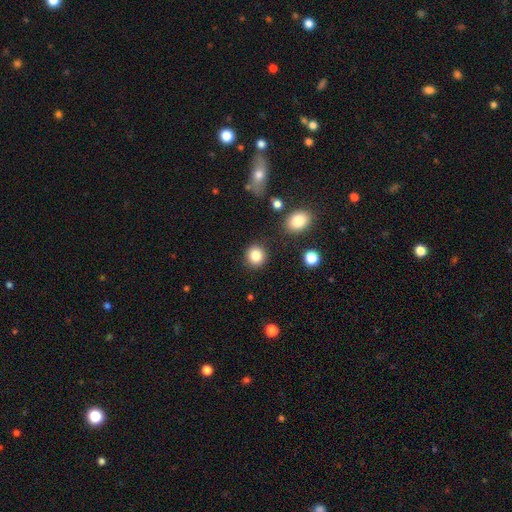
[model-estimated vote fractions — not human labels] The model was most divided on "how rounded": round: 85%, in between: 14%, cigar-shaped: 1%. More confident: merging — none (87%); smooth or featured — smooth (84%).